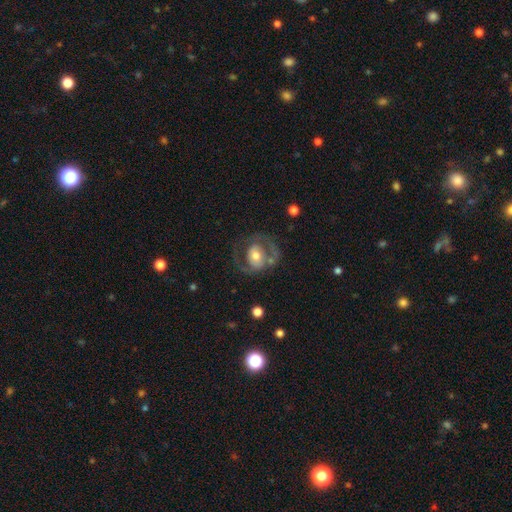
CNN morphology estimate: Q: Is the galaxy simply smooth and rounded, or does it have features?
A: featured or disk — 60%.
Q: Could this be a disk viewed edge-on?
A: no — 96%.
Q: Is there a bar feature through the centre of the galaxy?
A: no — 64%.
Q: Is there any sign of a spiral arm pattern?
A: yes — 50%, tied with no.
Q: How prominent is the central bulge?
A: moderate — 64%.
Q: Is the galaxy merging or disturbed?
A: none — 54%.